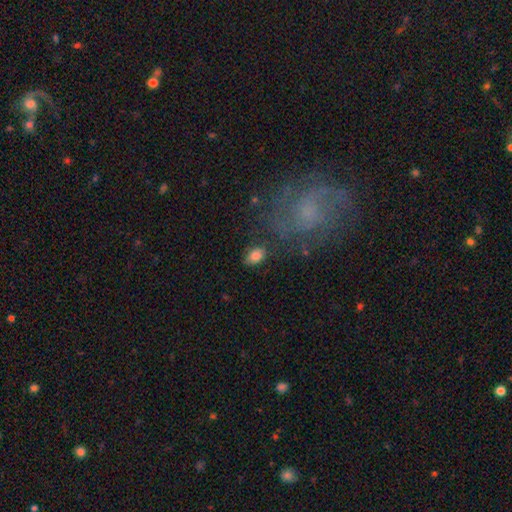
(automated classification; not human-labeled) A smooth galaxy with no disk features (82%) that is in between round and cigar-shaped (84%). Merging: none (76%).